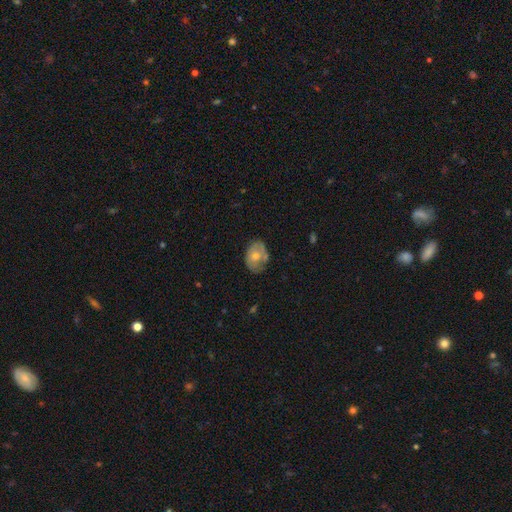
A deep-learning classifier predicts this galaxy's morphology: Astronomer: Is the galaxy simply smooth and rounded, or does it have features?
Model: smooth — 57% (runner-up: featured or disk, 37%).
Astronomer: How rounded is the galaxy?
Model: in between — 74%.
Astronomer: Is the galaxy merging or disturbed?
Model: none — 56%.